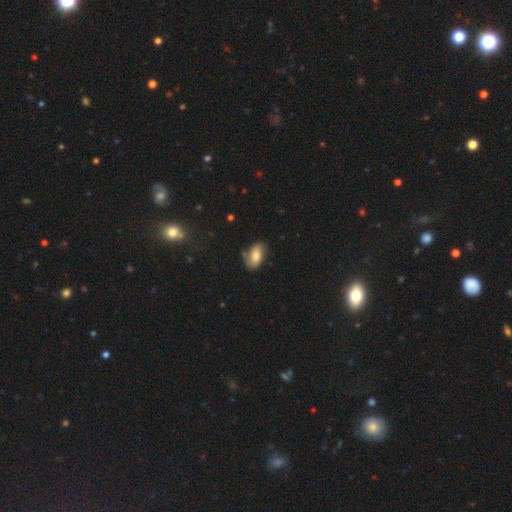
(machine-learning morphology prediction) type=smooth (70%); roundness=in between (91%); merging=none (66%).